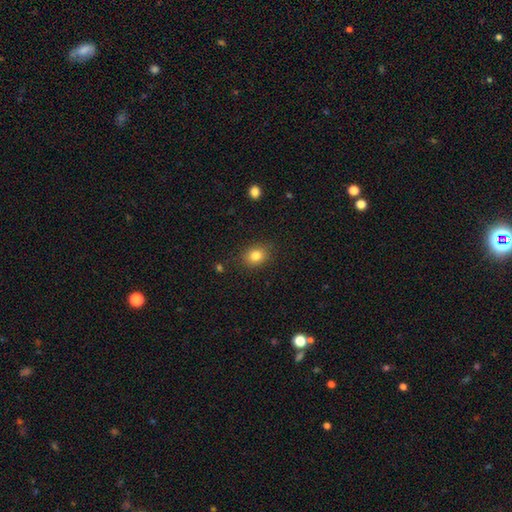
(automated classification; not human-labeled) Smooth or featured?
  - smooth: 82% *
  - star or artifact: 11%
  - featured or disk: 7%
How rounded?
  - round: 50% *
  - in between: 49%
  - cigar-shaped: 1%
Merging?
  - none: 86% *
  - minor disturbance: 10%
  - major disturbance: 3%
  - merger: 1%